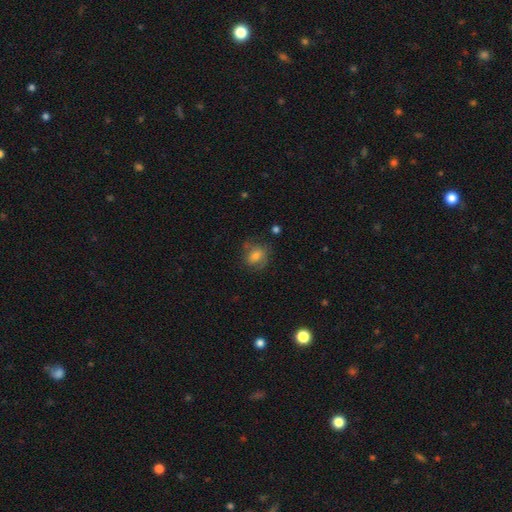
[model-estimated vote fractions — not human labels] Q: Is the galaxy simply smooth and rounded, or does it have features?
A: smooth — 64%.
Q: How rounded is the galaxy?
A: round — 55%.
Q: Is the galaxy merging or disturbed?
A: none — 64%.